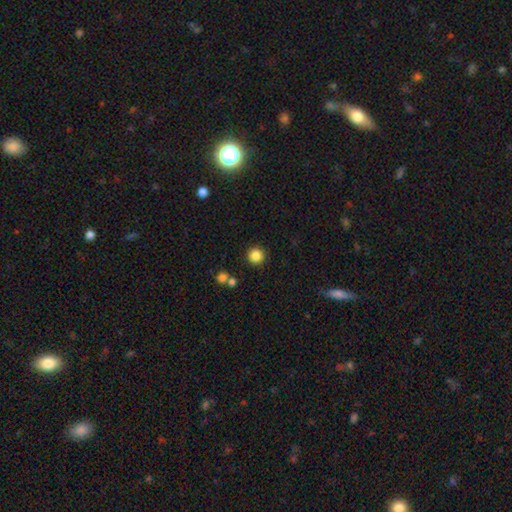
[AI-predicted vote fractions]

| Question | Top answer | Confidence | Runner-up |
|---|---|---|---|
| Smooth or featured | smooth | 85% | star or artifact (11%) |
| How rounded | round | 96% | in between (3%) |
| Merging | none | 89% | minor disturbance (6%) |